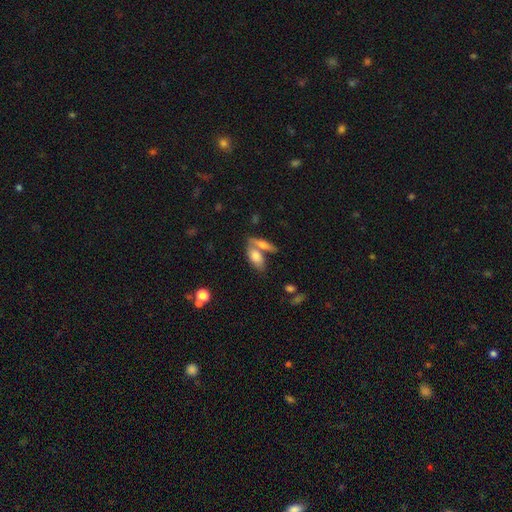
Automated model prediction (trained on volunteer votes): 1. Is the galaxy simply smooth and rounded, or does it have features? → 72% smooth, 21% featured or disk, 7% star or artifact.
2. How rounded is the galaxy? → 82% in between, 13% cigar-shaped, 4% round.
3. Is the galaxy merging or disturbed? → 44% none, 41% merger, 11% minor disturbance, 4% major disturbance.